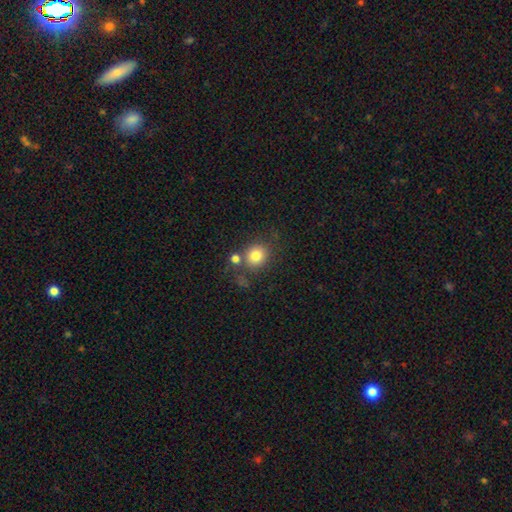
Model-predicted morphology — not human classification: Q: Smooth or featured?
A: smooth (80%); runner-up: star or artifact (12%)
Q: How rounded?
A: round (82%); runner-up: in between (17%)
Q: Merging?
A: none (66%); runner-up: merger (17%)